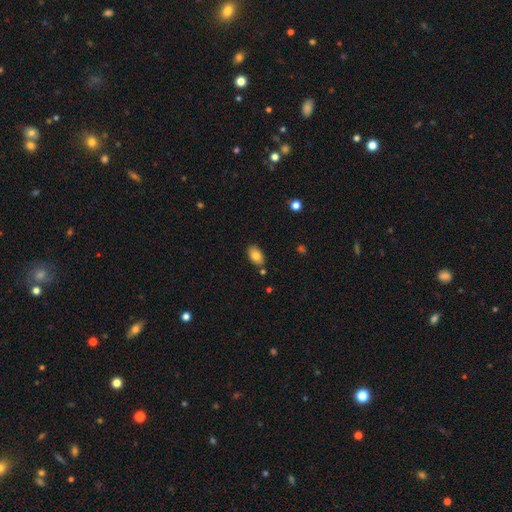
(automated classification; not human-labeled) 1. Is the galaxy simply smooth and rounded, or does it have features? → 81% smooth, 11% featured or disk, 8% star or artifact.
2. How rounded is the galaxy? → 92% in between, 6% round, 1% cigar-shaped.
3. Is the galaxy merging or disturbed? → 82% none, 12% minor disturbance, 4% merger, 2% major disturbance.